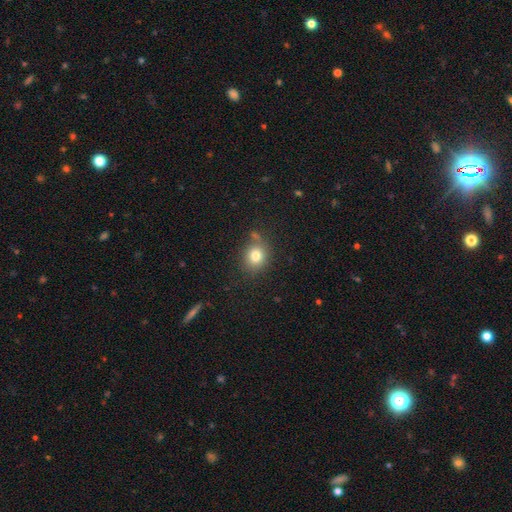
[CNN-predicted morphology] Smooth or featured?
  - smooth: 80% *
  - star or artifact: 12%
  - featured or disk: 9%
How rounded?
  - round: 66% *
  - in between: 33%
  - cigar-shaped: 1%
Merging?
  - none: 73% *
  - minor disturbance: 15%
  - merger: 7%
  - major disturbance: 5%